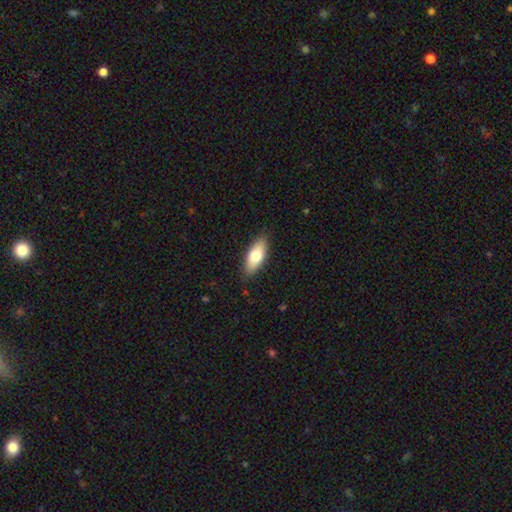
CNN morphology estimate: smooth_or_featured: smooth (p=0.74) [alt: featured or disk p=0.20]
how_rounded: in between (p=0.80) [alt: cigar-shaped p=0.18]
merging: none (p=0.86) [alt: minor disturbance p=0.11]